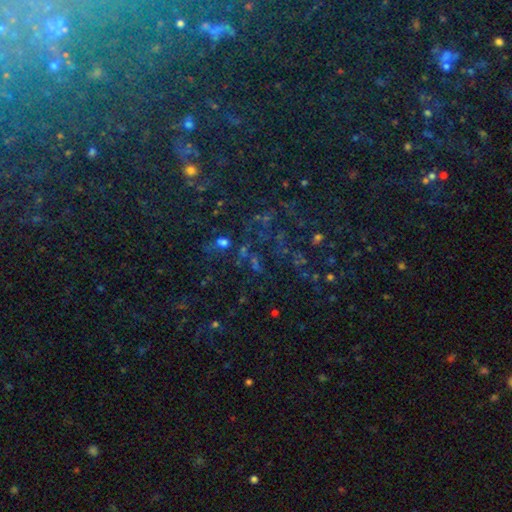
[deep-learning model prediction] smooth-or-featured: star or artifact: 75% | smooth: 13% | featured or disk: 12%